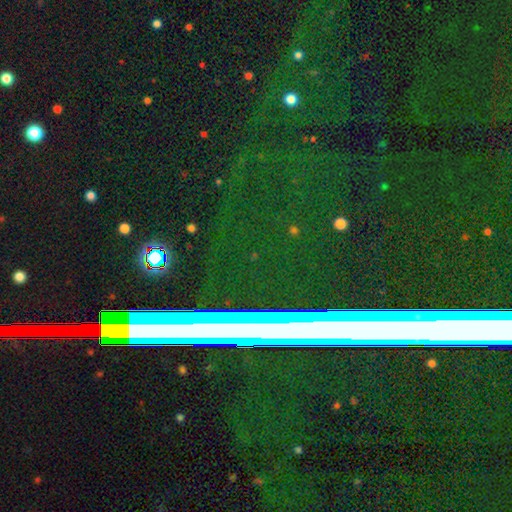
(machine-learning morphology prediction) Q: Smooth or featured?
A: star or artifact (69%); runner-up: featured or disk (16%)